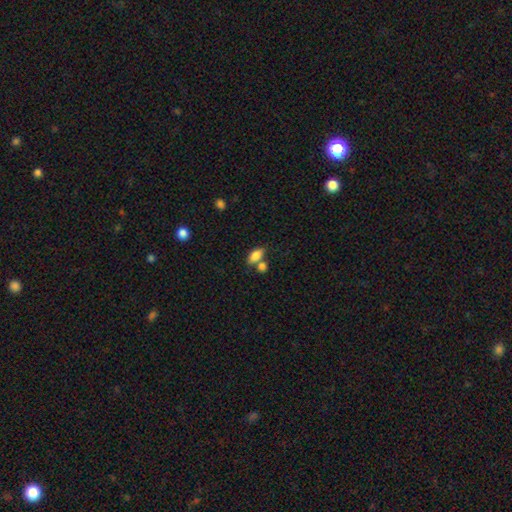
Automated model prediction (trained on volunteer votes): Smooth or featured? Predicted: smooth (p=0.81). How rounded? Predicted: in between (p=0.86). Merging? Predicted: none (p=0.51).